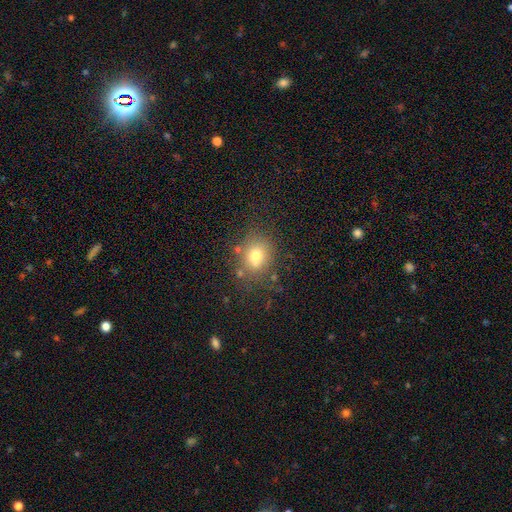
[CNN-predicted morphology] Smooth or featured?
  - smooth: 69% *
  - featured or disk: 16%
  - star or artifact: 16%
How rounded?
  - round: 70% *
  - in between: 29%
  - cigar-shaped: 1%
Merging?
  - none: 66% *
  - minor disturbance: 16%
  - merger: 11%
  - major disturbance: 7%